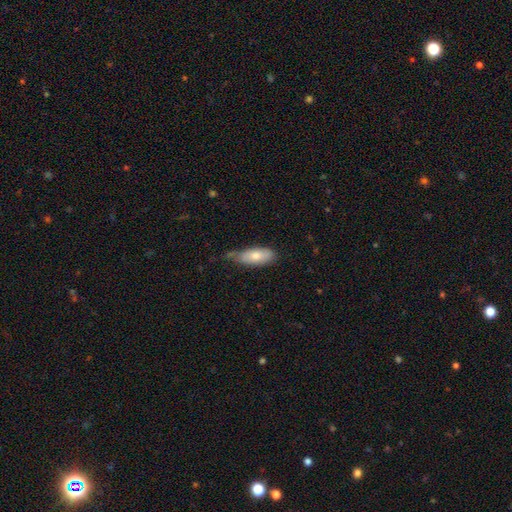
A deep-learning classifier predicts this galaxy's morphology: Smooth or featured? smooth (76%)
How rounded? in between (77%)
Merging? none (46%)